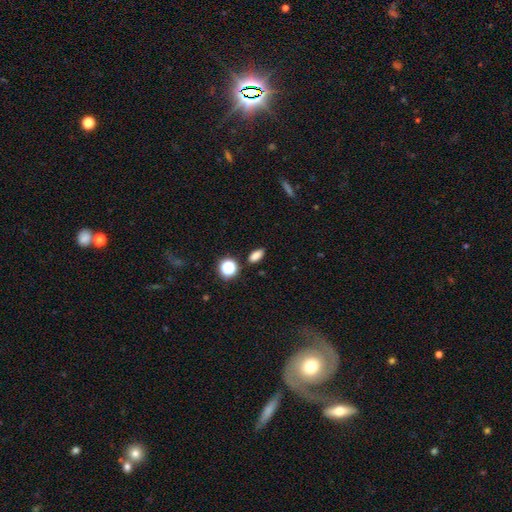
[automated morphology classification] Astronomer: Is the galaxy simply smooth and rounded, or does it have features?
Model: smooth — 81%.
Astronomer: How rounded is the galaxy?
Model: in between — 80%.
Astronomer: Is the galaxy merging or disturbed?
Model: none — 86%.